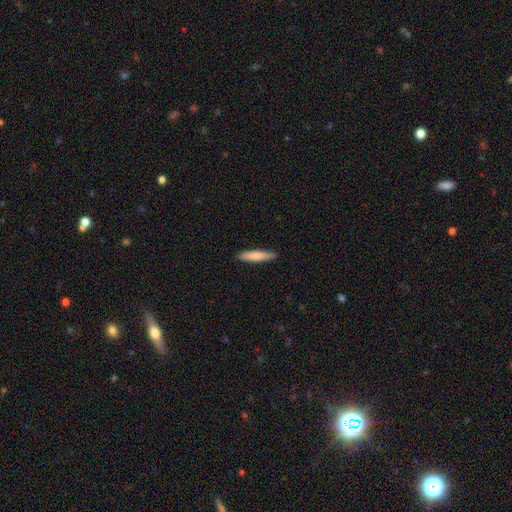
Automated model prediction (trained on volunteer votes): Smooth or featured?
  - smooth: 79% *
  - featured or disk: 16%
  - star or artifact: 5%
How rounded?
  - cigar-shaped: 87% *
  - in between: 12%
  - round: 1%
Merging?
  - none: 89% *
  - minor disturbance: 8%
  - major disturbance: 2%
  - merger: 1%